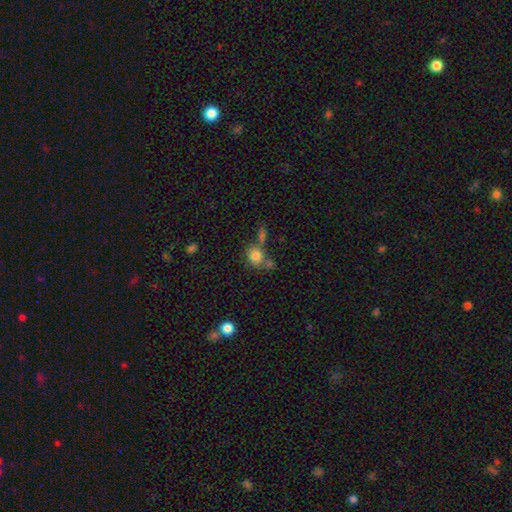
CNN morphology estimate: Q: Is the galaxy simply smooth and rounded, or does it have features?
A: smooth — 80%.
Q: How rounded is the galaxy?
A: round — 73%.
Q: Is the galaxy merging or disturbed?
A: none — 52%.